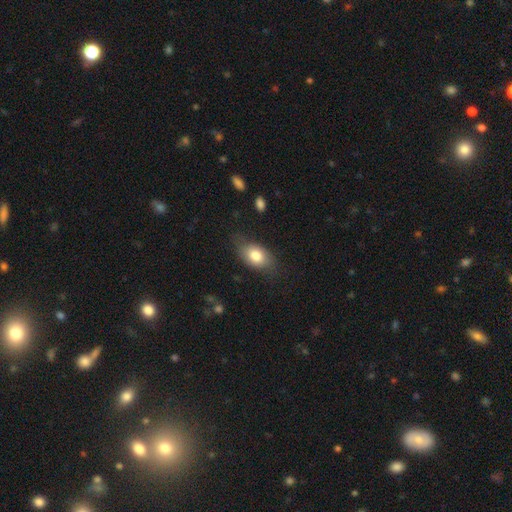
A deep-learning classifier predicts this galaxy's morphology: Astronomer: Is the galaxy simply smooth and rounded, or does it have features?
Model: smooth — 79%.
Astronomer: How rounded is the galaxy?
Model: in between — 86%.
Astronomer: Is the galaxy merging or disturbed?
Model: none — 70%.